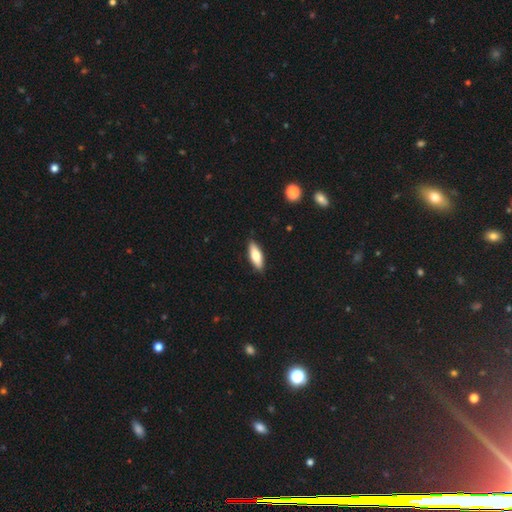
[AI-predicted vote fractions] Morphology: type=smooth (72%); roundness=in between (62%); merging=none (88%).